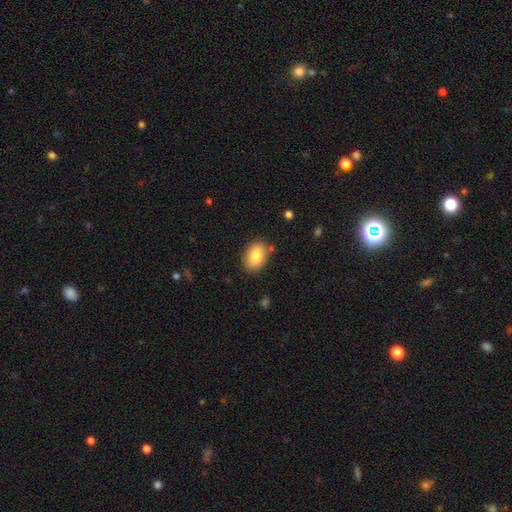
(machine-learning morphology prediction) This appears to be a smooth galaxy with no disk features (83%) that is in between round and cigar-shaped (82%). Merging: none (83%).